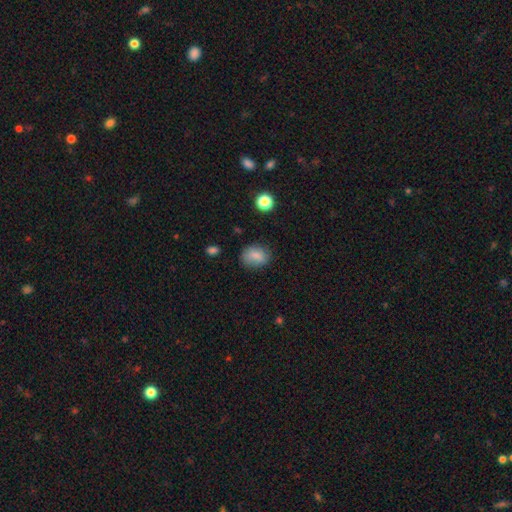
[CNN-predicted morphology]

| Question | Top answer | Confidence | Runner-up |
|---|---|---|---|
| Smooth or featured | smooth | 83% | star or artifact (9%) |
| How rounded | in between | 64% | round (35%) |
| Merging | none | 77% | minor disturbance (17%) |